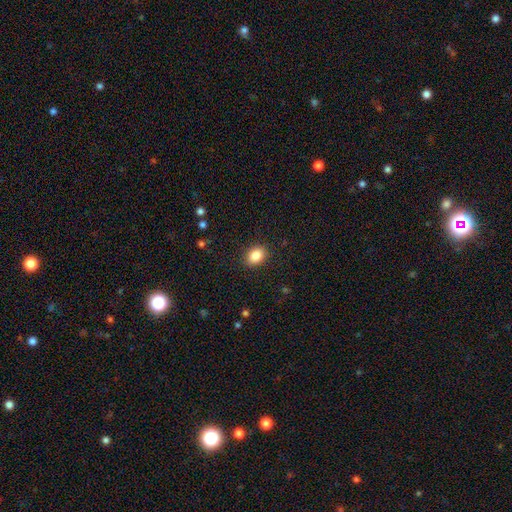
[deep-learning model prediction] smooth 85%, star or artifact 9%, featured or disk 6%. Down the decision tree: how rounded — in between (70%); merging — none (88%).